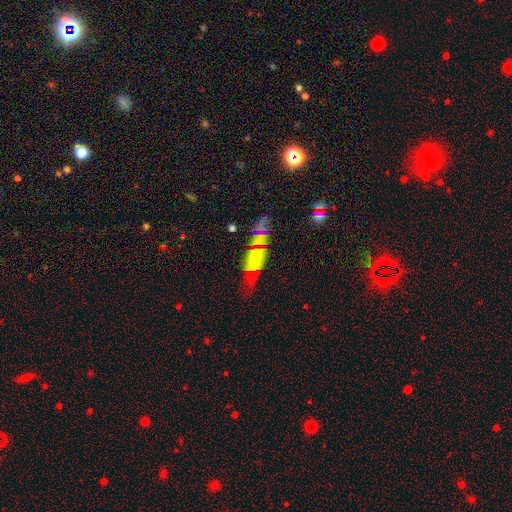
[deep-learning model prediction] featured or disk 48%, smooth 36%, star or artifact 15%. Down the decision tree: merging — none (66%).